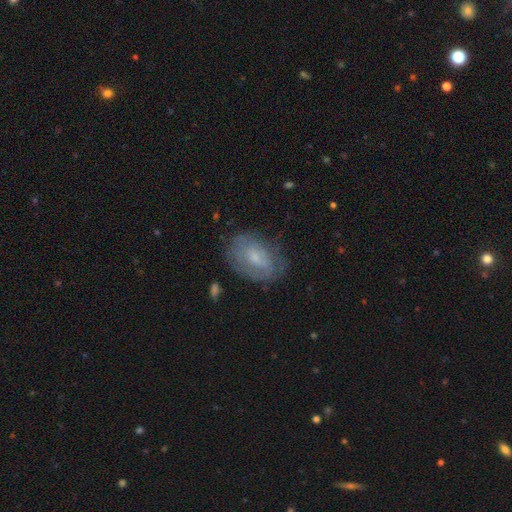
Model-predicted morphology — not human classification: Smooth or featured: smooth — 45% (tied with featured or disk — 45%)
Merging: none — 70% (minor disturbance — 21%)